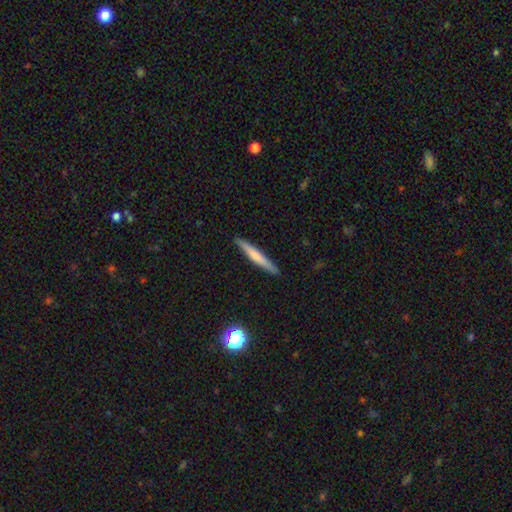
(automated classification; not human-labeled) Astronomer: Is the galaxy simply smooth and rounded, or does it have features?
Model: smooth — 57% (runner-up: featured or disk, 38%).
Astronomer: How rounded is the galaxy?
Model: cigar-shaped — 95%.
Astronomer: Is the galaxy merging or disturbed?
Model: none — 90%.